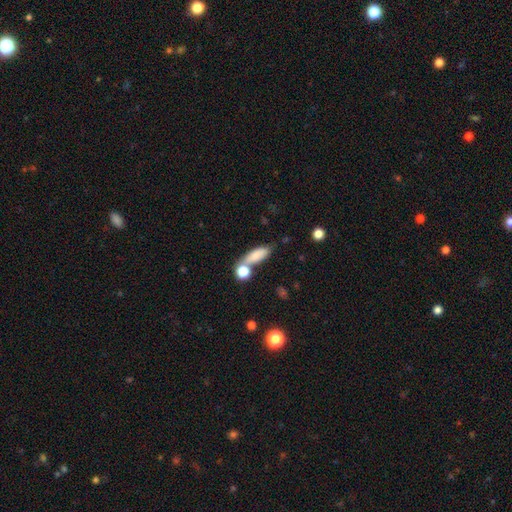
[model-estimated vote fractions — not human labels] Morphology: type=smooth (80%); roundness=in between (64%); merging=none (53%).